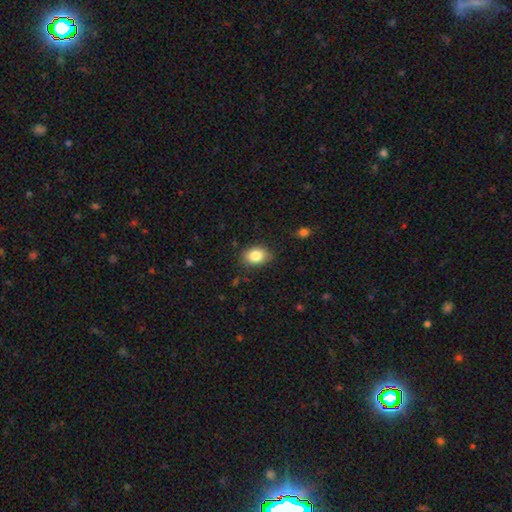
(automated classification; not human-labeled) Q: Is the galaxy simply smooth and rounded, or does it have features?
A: smooth — 84%.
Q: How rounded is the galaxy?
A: in between — 73%.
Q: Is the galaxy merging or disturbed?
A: none — 84%.